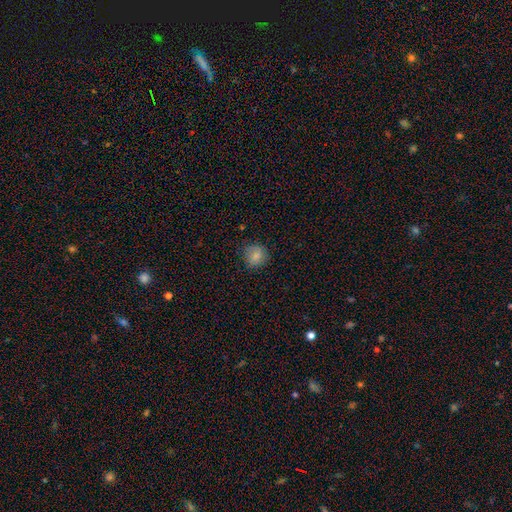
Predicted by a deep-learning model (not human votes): Smooth or featured? smooth (83%)
How rounded? round (86%)
Merging? none (79%)